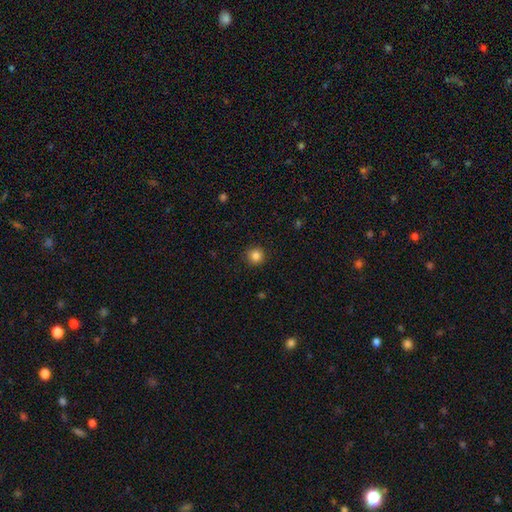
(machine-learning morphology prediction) type=smooth (85%); roundness=round (94%); merging=none (91%).